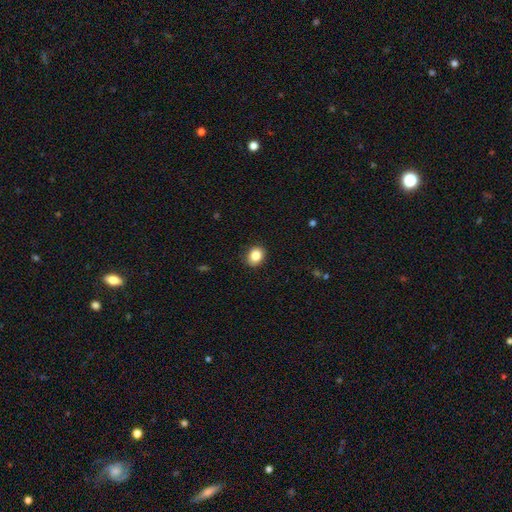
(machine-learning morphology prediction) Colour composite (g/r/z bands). It shows a smooth galaxy with no disk features (85%) that is round (52%). Merging: none (89%).